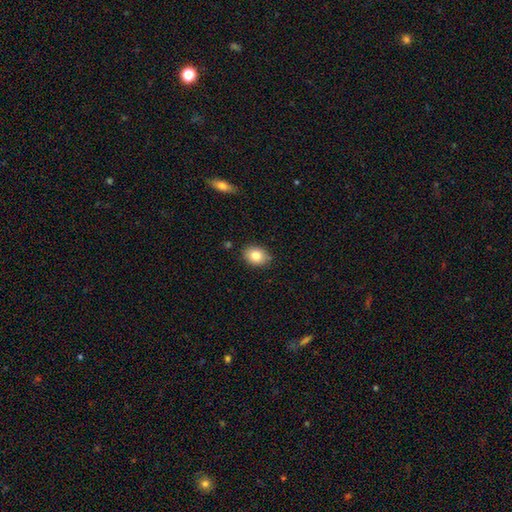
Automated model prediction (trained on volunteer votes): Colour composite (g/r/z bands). It shows a smooth galaxy with no disk features (81%) that is in between round and cigar-shaped (60%). Merging: none (86%).